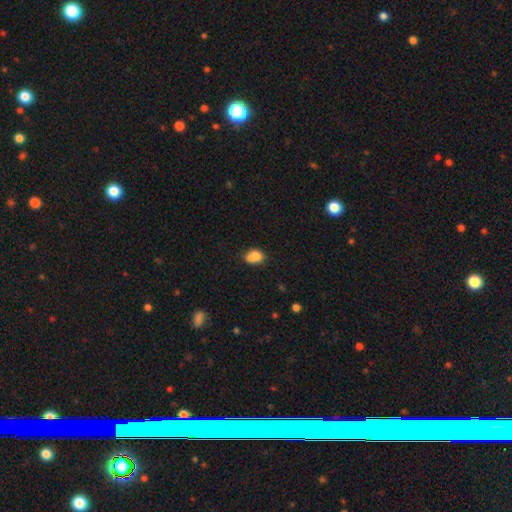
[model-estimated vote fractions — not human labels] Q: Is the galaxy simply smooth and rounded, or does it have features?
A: smooth — 74%.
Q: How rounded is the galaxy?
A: in between — 58%.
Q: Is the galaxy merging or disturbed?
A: merger — 48%.